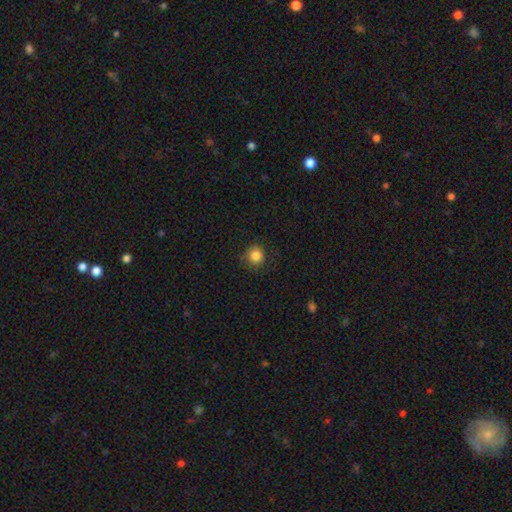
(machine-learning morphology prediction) This is clearly a smooth galaxy (85%). How rounded: clearly round (92%). Merging: clearly none (84%).